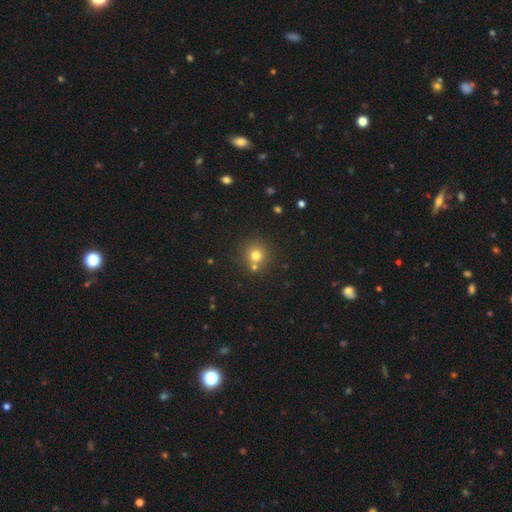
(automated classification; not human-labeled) Smooth or featured: smooth — 75% (star or artifact — 16%)
How rounded: round — 92% (in between — 7%)
Merging: none — 70% (merger — 20%)